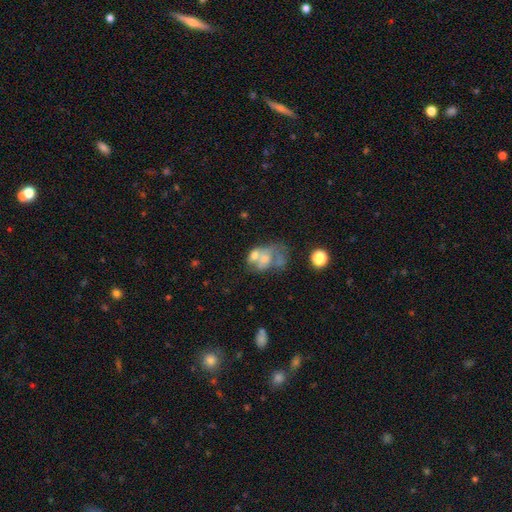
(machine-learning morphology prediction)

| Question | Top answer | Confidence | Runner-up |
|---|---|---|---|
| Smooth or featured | featured or disk | 47% | smooth (41%) |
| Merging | merger | 53% | major disturbance (20%) |